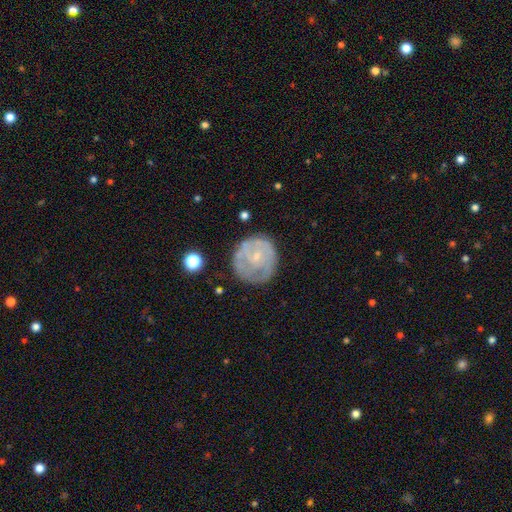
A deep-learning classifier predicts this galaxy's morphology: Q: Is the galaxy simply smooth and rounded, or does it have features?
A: featured or disk — 57%.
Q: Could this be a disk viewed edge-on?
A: no — 98%.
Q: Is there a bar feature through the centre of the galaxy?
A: no — 74%.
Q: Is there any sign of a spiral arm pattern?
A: yes — 51%.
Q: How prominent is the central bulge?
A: small — 70%.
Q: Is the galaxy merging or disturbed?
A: none — 65%.